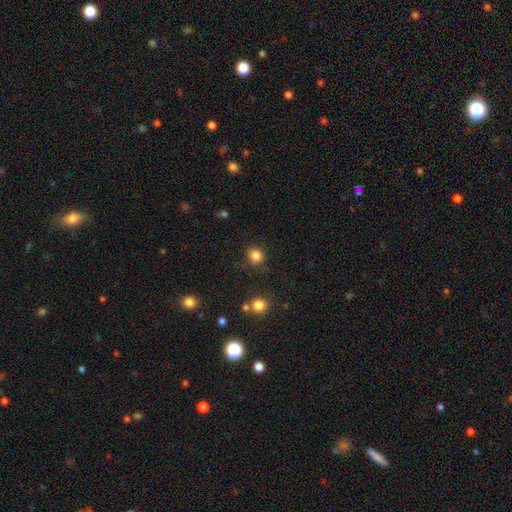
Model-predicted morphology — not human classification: smooth_or_featured: smooth (p=0.84) [alt: star or artifact p=0.12]
how_rounded: round (p=0.81) [alt: in between p=0.18]
merging: none (p=0.79) [alt: minor disturbance p=0.14]